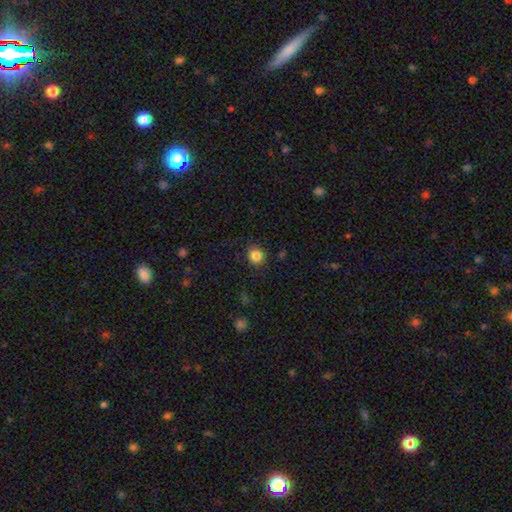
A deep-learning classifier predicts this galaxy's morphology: Q: Smooth or featured?
A: smooth (85%); runner-up: star or artifact (11%)
Q: How rounded?
A: round (87%); runner-up: in between (12%)
Q: Merging?
A: none (87%); runner-up: minor disturbance (9%)